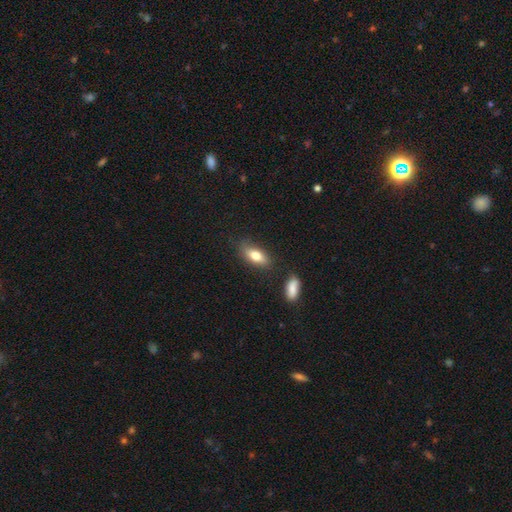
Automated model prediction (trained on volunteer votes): Smooth or featured: smooth — 79% (featured or disk — 14%)
How rounded: in between — 81% (cigar-shaped — 15%)
Merging: none — 77% (minor disturbance — 14%)